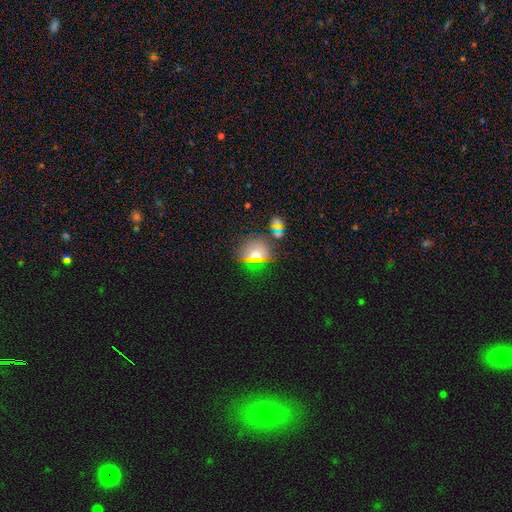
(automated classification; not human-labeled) A smooth galaxy with no disk features (52%) that is round (75%).

Vote fractions:
- Smooth or featured? smooth: 52% / star or artifact: 33% / featured or disk: 16%
- How rounded? round: 75% / in between: 23% / cigar-shaped: 2%
- Merging? none: 79% / minor disturbance: 11% / merger: 5% / major disturbance: 5%